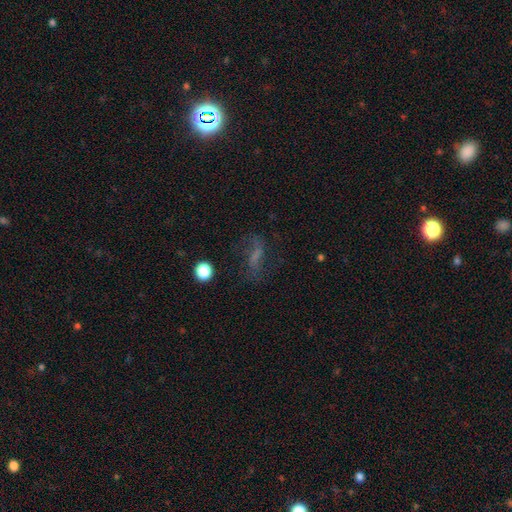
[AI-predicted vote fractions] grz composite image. It shows a featured or disk galaxy (49%). Merging: none (62%).